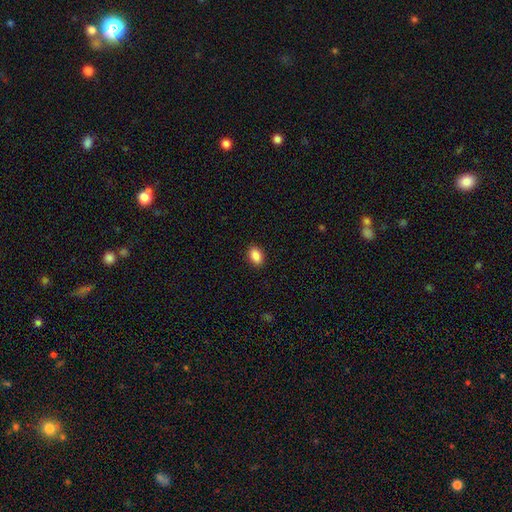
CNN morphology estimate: Smooth or featured?
  - smooth: 88% *
  - star or artifact: 8%
  - featured or disk: 4%
How rounded?
  - in between: 85% *
  - round: 13%
  - cigar-shaped: 2%
Merging?
  - none: 90% *
  - minor disturbance: 7%
  - major disturbance: 2%
  - merger: 1%